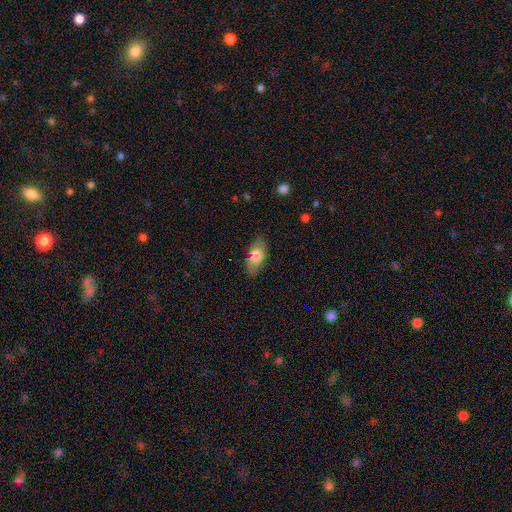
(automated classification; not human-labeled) smooth-or-featured: smooth: 76% | featured or disk: 17% | star or artifact: 7%
  how-rounded: in between: 88% | cigar-shaped: 9% | round: 4%
  merging: none: 81% | minor disturbance: 14% | major disturbance: 4% | merger: 1%